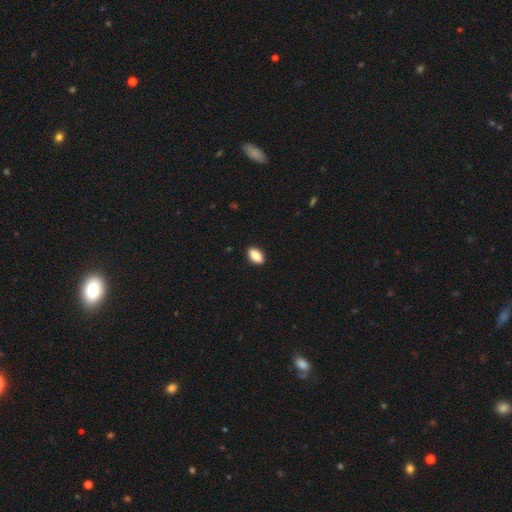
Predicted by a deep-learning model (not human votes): smooth 86%, star or artifact 7%, featured or disk 7%. Down the decision tree: how rounded — in between (91%); merging — none (90%).